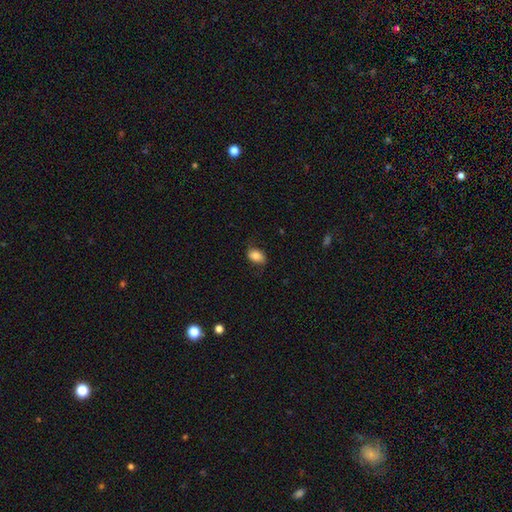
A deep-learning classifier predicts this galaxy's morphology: Smooth or featured? Predicted: smooth (p=0.82). How rounded? Predicted: in between (p=0.84). Merging? Predicted: none (p=0.76).